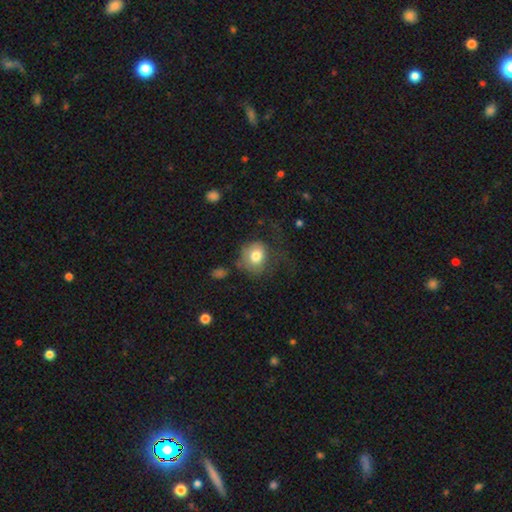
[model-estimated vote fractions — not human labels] A smooth galaxy with no disk features (77%) that is round (73%).

Vote fractions:
- Smooth or featured? smooth: 77% / featured or disk: 14% / star or artifact: 9%
- How rounded? round: 73% / in between: 27% / cigar-shaped: 1%
- Merging? none: 46% / major disturbance: 27% / minor disturbance: 23% / merger: 4%